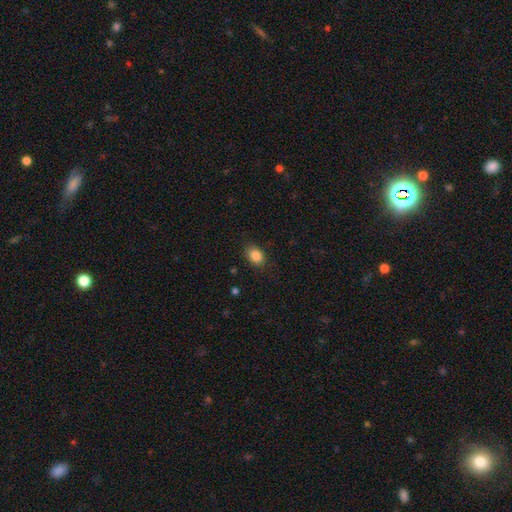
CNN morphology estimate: smooth_or_featured: smooth (p=0.86) [alt: star or artifact p=0.09]
how_rounded: in between (p=0.68) [alt: round p=0.31]
merging: none (p=0.85) [alt: minor disturbance p=0.11]